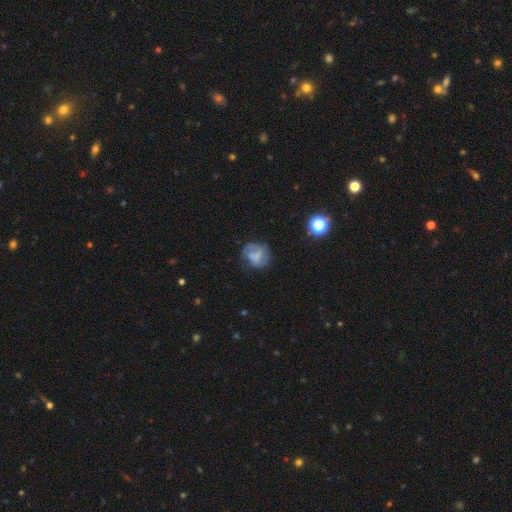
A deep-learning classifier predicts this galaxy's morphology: Overall: smooth (48%; featured or disk 42%). Merging: none (58%; minor disturbance 25%).